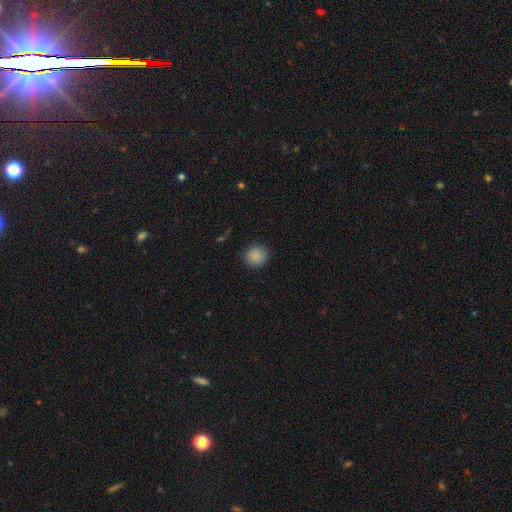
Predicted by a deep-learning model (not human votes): Smooth or featured?
  - smooth: 87% *
  - star or artifact: 9%
  - featured or disk: 4%
How rounded?
  - round: 91% *
  - in between: 8%
  - cigar-shaped: 1%
Merging?
  - none: 90% *
  - minor disturbance: 7%
  - major disturbance: 2%
  - merger: 1%